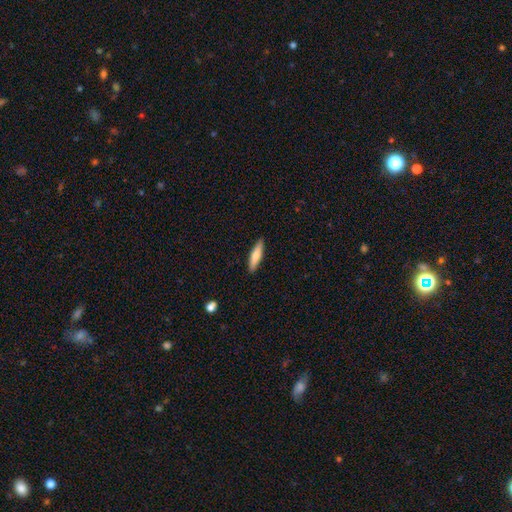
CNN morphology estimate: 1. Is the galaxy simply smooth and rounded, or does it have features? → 70% smooth, 24% featured or disk, 6% star or artifact.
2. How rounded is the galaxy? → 76% cigar-shaped, 22% in between, 2% round.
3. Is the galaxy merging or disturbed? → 90% none, 7% minor disturbance, 2% major disturbance, 1% merger.